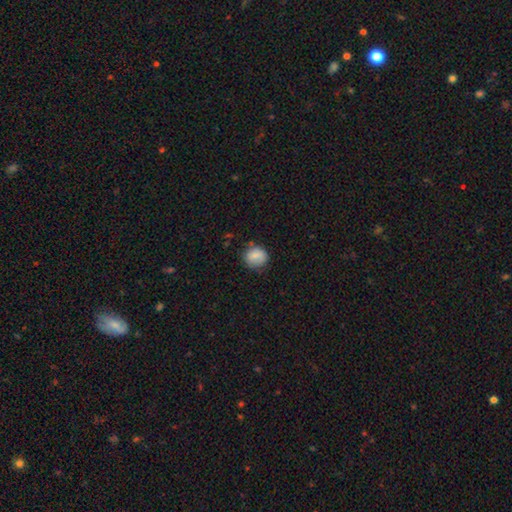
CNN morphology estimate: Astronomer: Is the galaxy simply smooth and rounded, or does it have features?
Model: smooth — 82%.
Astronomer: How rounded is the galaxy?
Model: round — 79%.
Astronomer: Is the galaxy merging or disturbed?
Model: none — 73%.